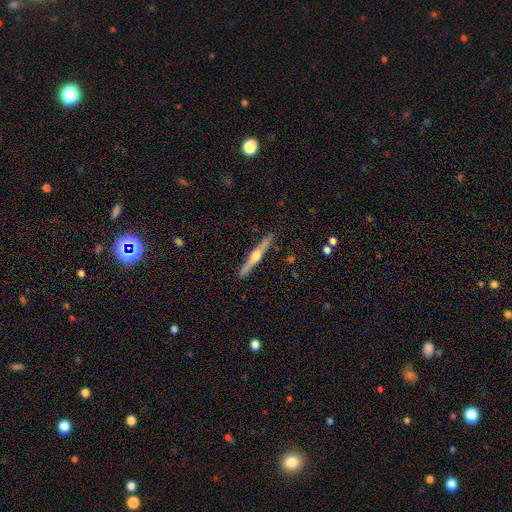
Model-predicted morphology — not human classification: Smooth or featured? featured or disk (73%)
Edge-on disk? yes (98%)
Edge-on bulge? rounded (91%)
Merging? none (91%)